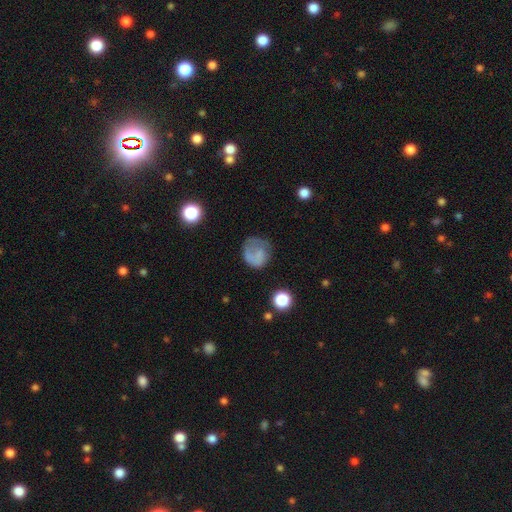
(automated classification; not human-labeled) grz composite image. It shows a smooth galaxy with no disk features (64%) that is round (77%). Merging: none (46%).